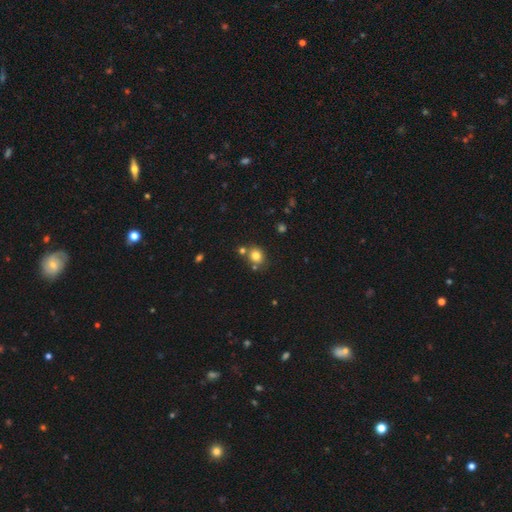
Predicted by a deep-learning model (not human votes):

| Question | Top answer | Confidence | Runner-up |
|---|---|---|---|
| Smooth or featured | smooth | 78% | star or artifact (13%) |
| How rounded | round | 71% | in between (29%) |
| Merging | none | 69% | merger (16%) |